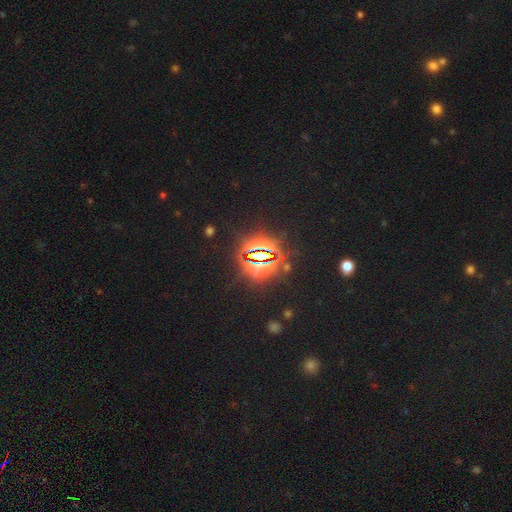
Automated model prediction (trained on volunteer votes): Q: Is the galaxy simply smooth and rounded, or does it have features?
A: star or artifact — 83%.